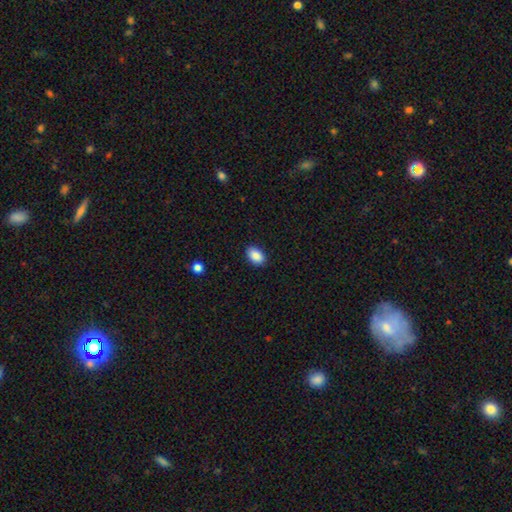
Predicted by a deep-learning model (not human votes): Smooth or featured? smooth (89%)
How rounded? in between (89%)
Merging? none (88%)